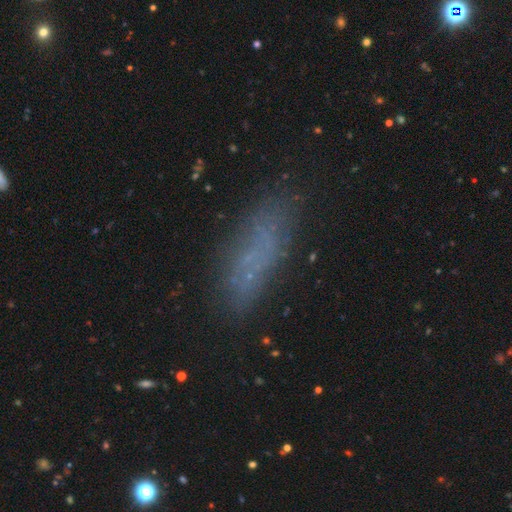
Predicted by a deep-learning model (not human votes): The model was most divided on "how rounded": cigar-shaped: 57%, in between: 41%, round: 3%. More confident: merging — none (73%); smooth or featured — smooth (61%).